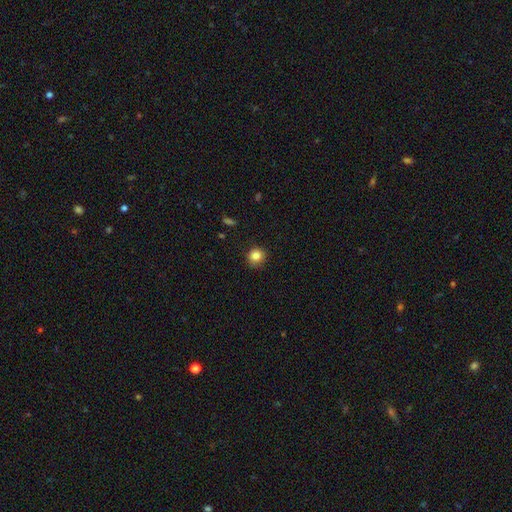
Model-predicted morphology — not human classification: smooth-or-featured: smooth: 84% | star or artifact: 11% | featured or disk: 5%
  how-rounded: round: 89% | in between: 10% | cigar-shaped: 1%
  merging: none: 84% | minor disturbance: 12% | major disturbance: 3% | merger: 1%